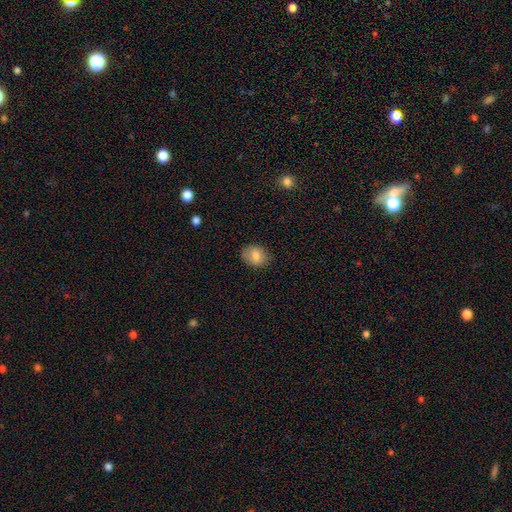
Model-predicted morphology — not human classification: smooth-or-featured: smooth: 80% | featured or disk: 11% | star or artifact: 9%
  how-rounded: in between: 56% | round: 43% | cigar-shaped: 1%
  merging: none: 82% | minor disturbance: 14% | major disturbance: 3% | merger: 1%